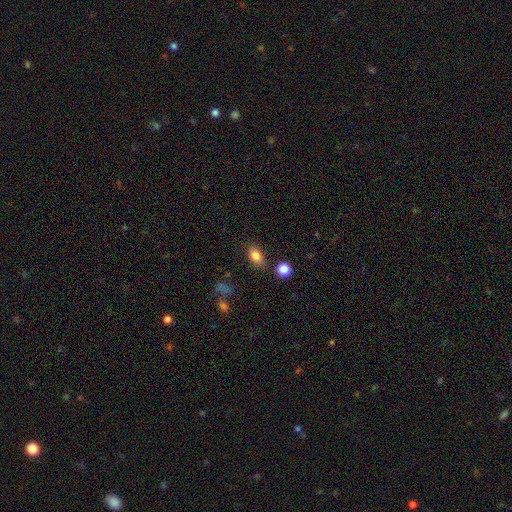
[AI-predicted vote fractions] smooth_or_featured: smooth (p=0.83) [alt: star or artifact p=0.10]
how_rounded: in between (p=0.83) [alt: round p=0.14]
merging: none (p=0.81) [alt: minor disturbance p=0.12]